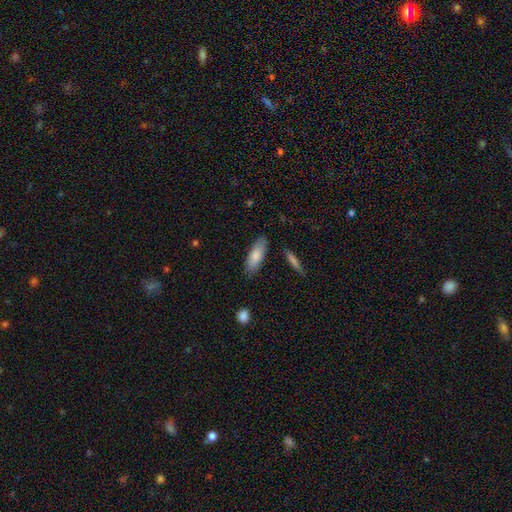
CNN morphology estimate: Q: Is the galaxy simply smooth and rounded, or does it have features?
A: smooth — 81%.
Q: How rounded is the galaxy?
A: in between — 65%.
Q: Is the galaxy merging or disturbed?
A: none — 82%.